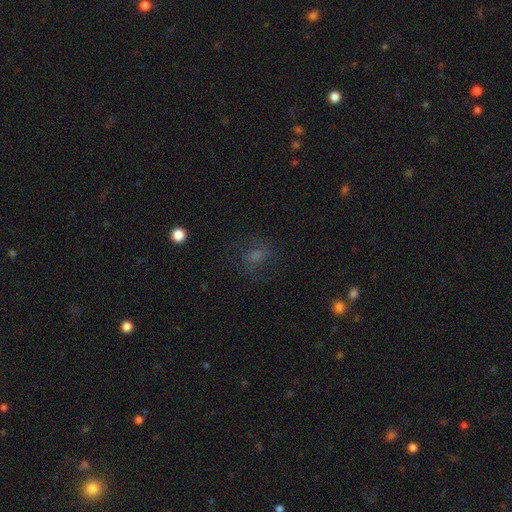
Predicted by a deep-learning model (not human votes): A smooth galaxy with no disk features (47%). Merging: none (66%).